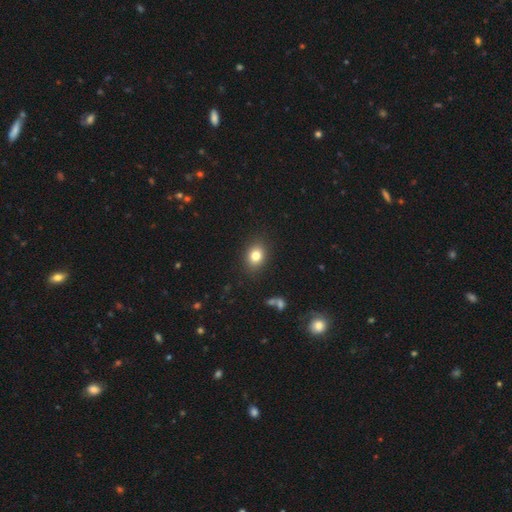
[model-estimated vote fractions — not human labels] Overall: smooth (81%). How rounded: in between (55%; round 44%). Merging: none (88%).